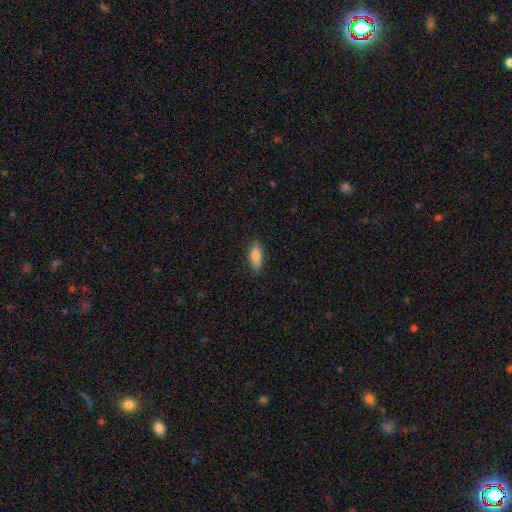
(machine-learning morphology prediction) This is clearly a smooth galaxy (80%). How rounded: likely in between (69%). Merging: clearly none (87%).